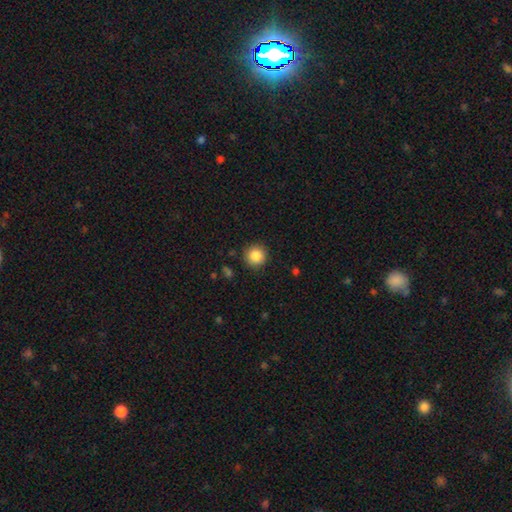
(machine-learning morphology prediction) smooth-or-featured: smooth: 86% | star or artifact: 9% | featured or disk: 4%
  how-rounded: round: 95% | in between: 4% | cigar-shaped: 1%
  merging: none: 90% | minor disturbance: 7% | major disturbance: 2% | merger: 1%